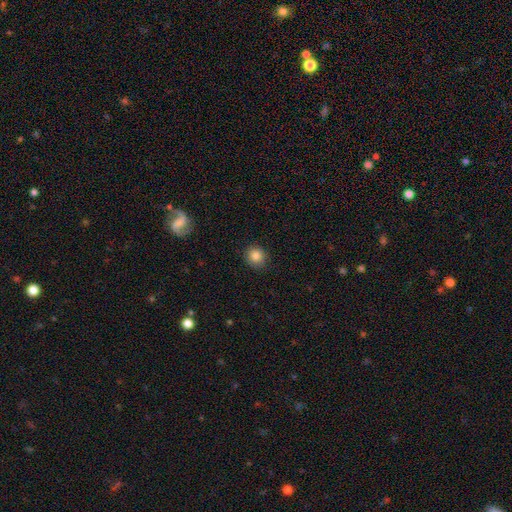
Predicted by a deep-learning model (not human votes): Smooth or featured? Predicted: smooth (p=0.85). How rounded? Predicted: round (p=0.88). Merging? Predicted: none (p=0.88).